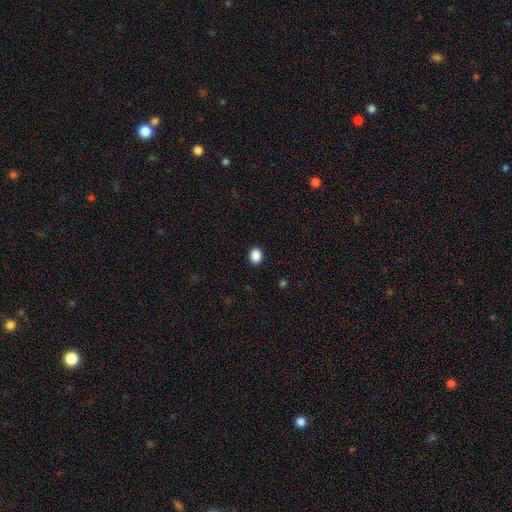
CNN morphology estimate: Smooth or featured?
  - smooth: 89% *
  - star or artifact: 8%
  - featured or disk: 2%
How rounded?
  - round: 53% *
  - in between: 46%
  - cigar-shaped: 1%
Merging?
  - none: 91% *
  - minor disturbance: 6%
  - major disturbance: 2%
  - merger: 1%